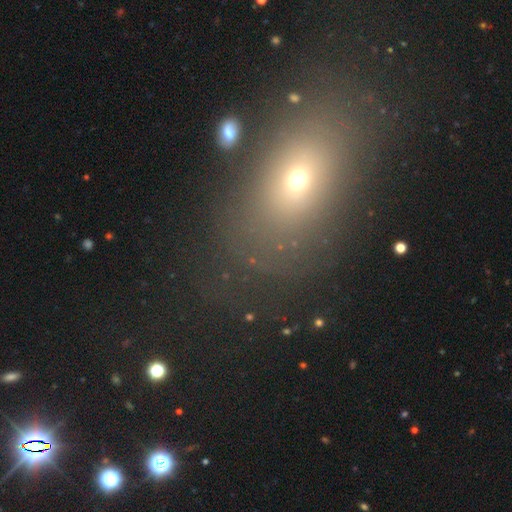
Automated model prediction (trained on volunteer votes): This is possibly a smooth galaxy (57%). How rounded: likely in between (66%). Merging: likely none (80%).